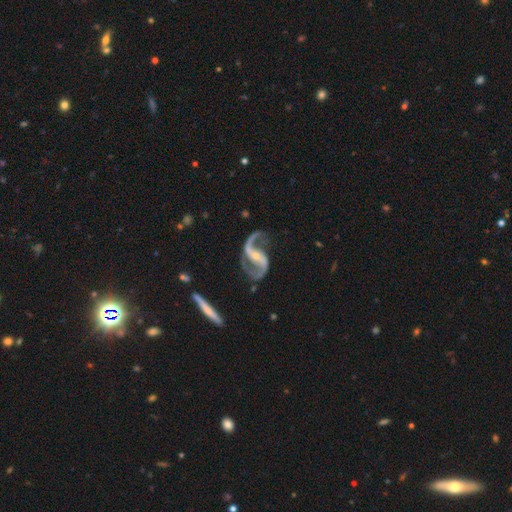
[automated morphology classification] smooth-or-featured: featured or disk: 93% | star or artifact: 4% | smooth: 3%
  disk-edge-on: no: 97% | yes: 3%
    bar: strong: 43% | weak: 32% | no: 25%
    has-spiral-arms: yes: 98% | no: 2%
      spiral-winding: loose: 61% | medium: 32% | tight: 7%
      spiral-arm-count: 2: 93% | 1: 2% | can't tell: 1% | 3: 1% | 4: 1% | more than 4: 1%
    bulge-size: small: 65% | moderate: 30% | none: 3% | large: 2% | dominant: 1%
  merging: none: 68% | minor disturbance: 16% | major disturbance: 13% | merger: 3%